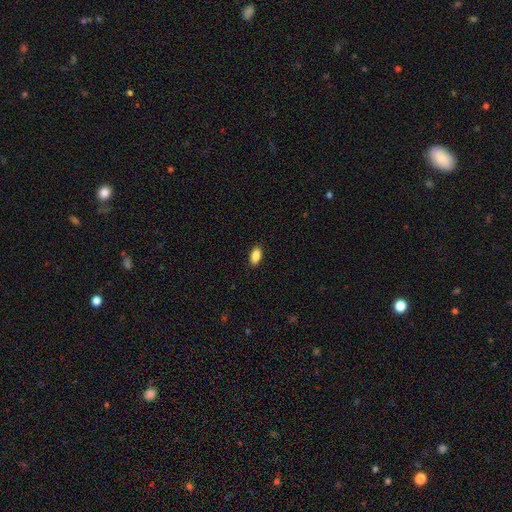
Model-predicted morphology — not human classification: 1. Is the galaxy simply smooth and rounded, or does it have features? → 88% smooth, 7% star or artifact, 5% featured or disk.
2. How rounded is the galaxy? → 90% in between, 5% cigar-shaped, 4% round.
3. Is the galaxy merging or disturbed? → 89% none, 8% minor disturbance, 2% major disturbance, 1% merger.